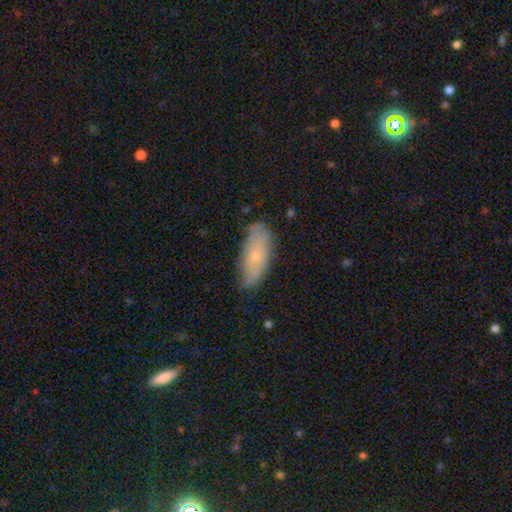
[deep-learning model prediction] Overall: smooth (63%; featured or disk 29%). How rounded: in between (76%). Merging: none (74%).